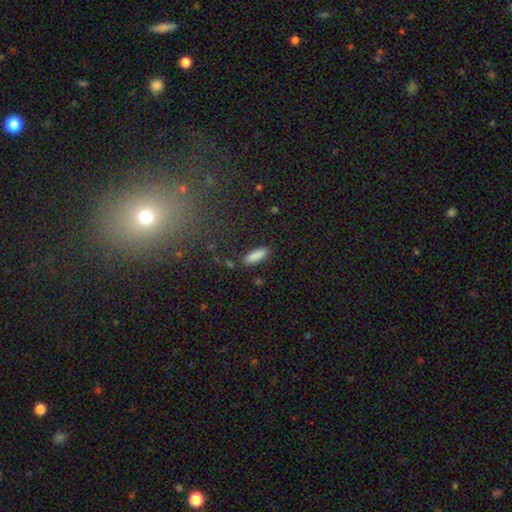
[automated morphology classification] Smooth or featured?
  - smooth: 87% *
  - star or artifact: 8%
  - featured or disk: 5%
How rounded?
  - in between: 54% *
  - cigar-shaped: 44%
  - round: 2%
Merging?
  - none: 85% *
  - minor disturbance: 10%
  - major disturbance: 2%
  - merger: 2%